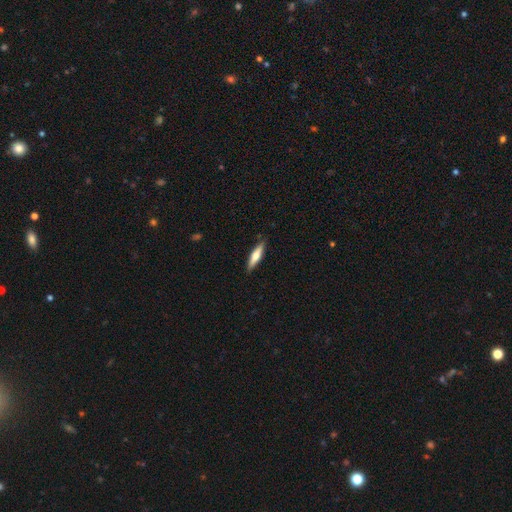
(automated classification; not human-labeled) smooth_or_featured: smooth (p=0.54) [alt: featured or disk p=0.40]
how_rounded: cigar-shaped (p=0.77) [alt: in between p=0.22]
merging: none (p=0.89) [alt: minor disturbance p=0.08]